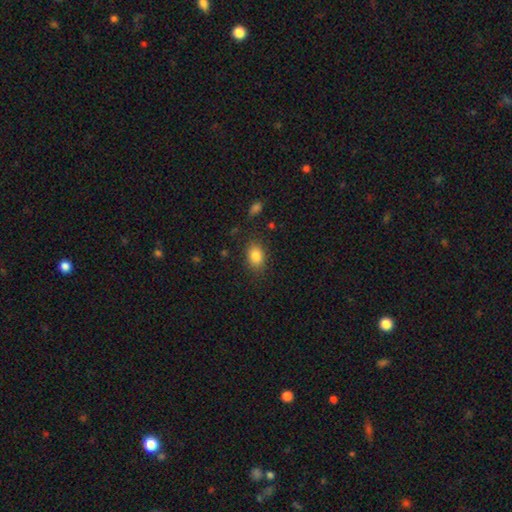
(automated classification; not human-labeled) Q: Smooth or featured?
A: smooth (84%); runner-up: star or artifact (9%)
Q: How rounded?
A: in between (77%); runner-up: round (22%)
Q: Merging?
A: none (82%); runner-up: minor disturbance (12%)